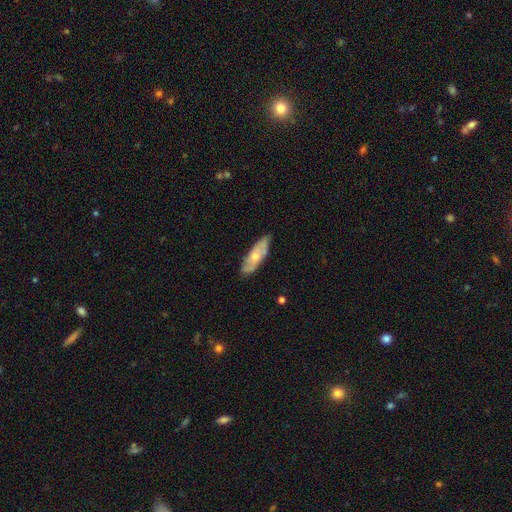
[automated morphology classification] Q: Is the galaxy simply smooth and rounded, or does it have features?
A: smooth — 50%.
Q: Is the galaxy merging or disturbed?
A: none — 75%.